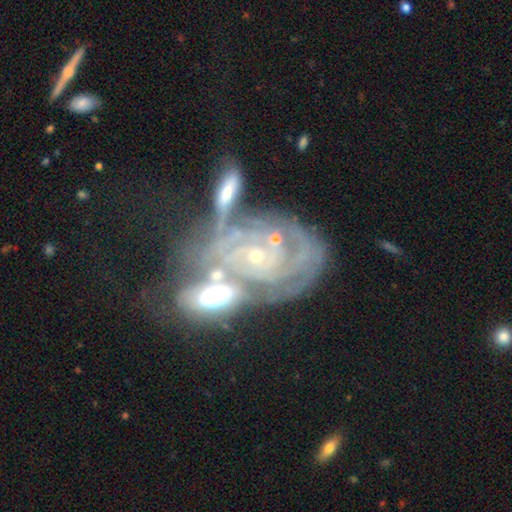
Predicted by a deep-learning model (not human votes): smooth-or-featured: featured or disk: 80% | smooth: 10% | star or artifact: 10%
  disk-edge-on: no: 95% | yes: 5%
    bar: no: 76% | weak: 17% | strong: 7%
    has-spiral-arms: yes: 86% | no: 14%
      spiral-winding: tight: 75% | medium: 19% | loose: 6%
      spiral-arm-count: can't tell: 47% | 2: 19% | 3: 14% | 4: 8% | more than 4: 7% | 1: 6%
    bulge-size: small: 74% | moderate: 20% | none: 3% | large: 2% | dominant: 1%
  merging: merger: 40% | none: 33% | minor disturbance: 16% | major disturbance: 12%